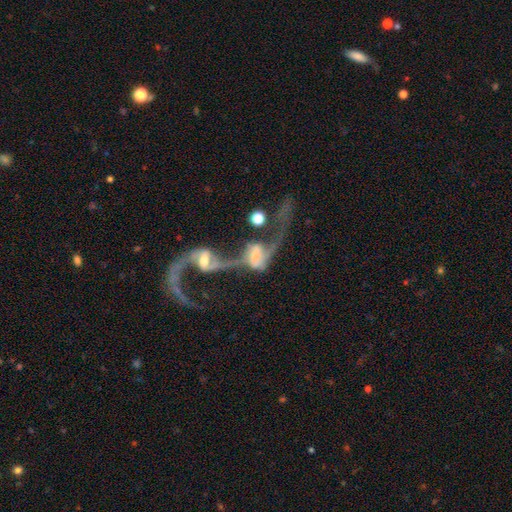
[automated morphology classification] smooth-or-featured: featured or disk: 68% | smooth: 24% | star or artifact: 8%
  disk-edge-on: no: 88% | yes: 12%
    bar: no: 44% | weak: 34% | strong: 23%
    has-spiral-arms: yes: 71% | no: 29%
    bulge-size: moderate: 40% | small: 27% | large: 16% | none: 14% | dominant: 4%
  merging: merger: 70% | major disturbance: 16% | none: 9% | minor disturbance: 5%